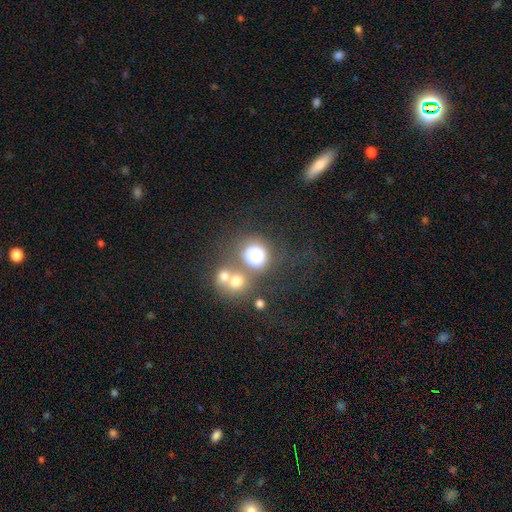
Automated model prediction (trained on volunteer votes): A smooth galaxy with no disk features (69%) that is round (82%).

Vote fractions:
- Smooth or featured? smooth: 69% / featured or disk: 17% / star or artifact: 14%
- How rounded? round: 82% / in between: 17% / cigar-shaped: 1%
- Merging? none: 41% / merger: 37% / minor disturbance: 12% / major disturbance: 10%